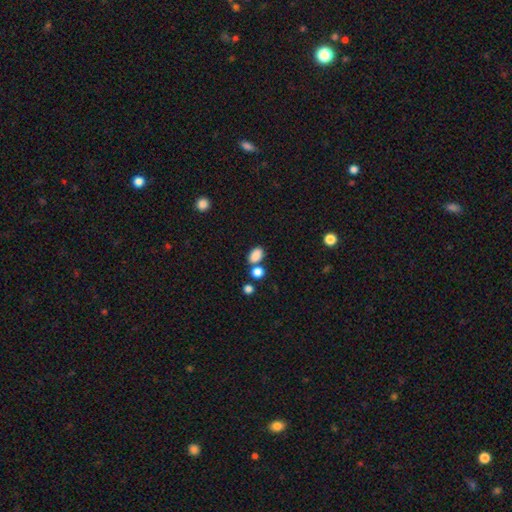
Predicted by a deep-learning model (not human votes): smooth_or_featured: smooth (p=0.85) [alt: star or artifact p=0.10]
how_rounded: in between (p=0.85) [alt: round p=0.14]
merging: none (p=0.57) [alt: merger p=0.27]